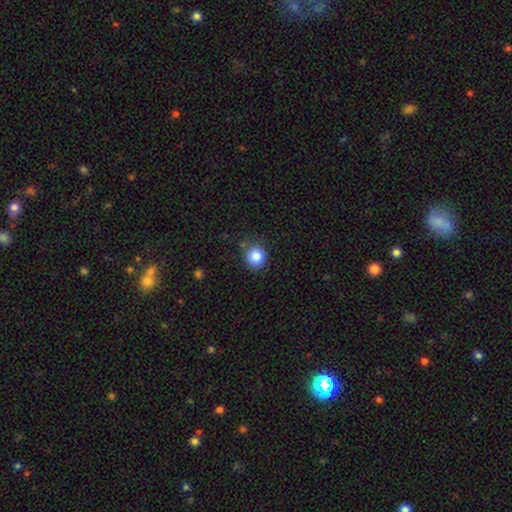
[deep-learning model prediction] The model was most divided on "merging": none: 81%, minor disturbance: 13%, major disturbance: 3%, merger: 3%. More confident: how rounded — round (90%); smooth or featured — smooth (85%).